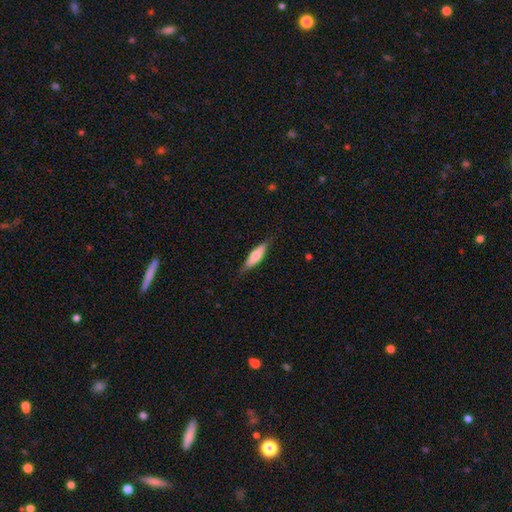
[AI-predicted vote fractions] Morphology: type=smooth (62%); roundness=cigar-shaped (64%); merging=none (79%).